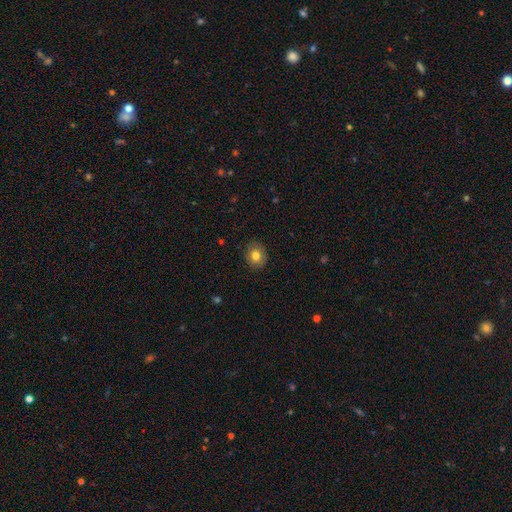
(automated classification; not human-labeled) smooth_or_featured: smooth (p=0.80) [alt: featured or disk p=0.10]
how_rounded: round (p=0.67) [alt: in between p=0.32]
merging: none (p=0.88) [alt: minor disturbance p=0.09]